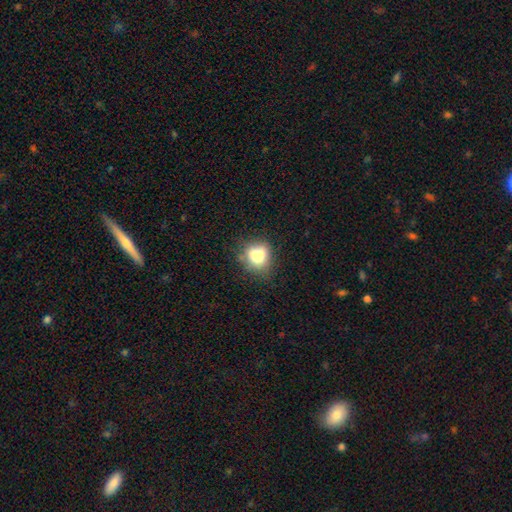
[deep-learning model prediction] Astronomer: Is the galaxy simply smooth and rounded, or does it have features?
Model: smooth — 77%.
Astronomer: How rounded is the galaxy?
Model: round — 66%.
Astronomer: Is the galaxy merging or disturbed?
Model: none — 59%.